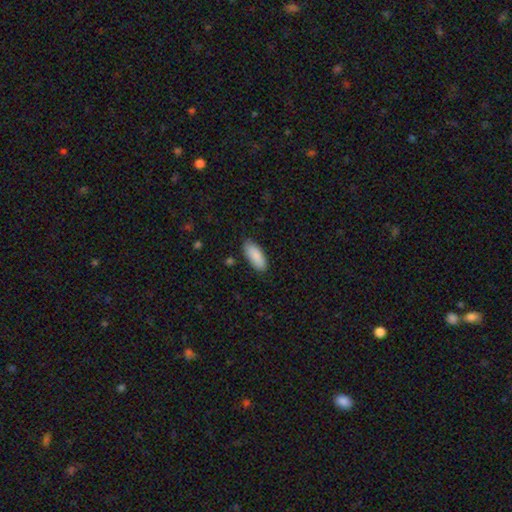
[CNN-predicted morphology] This appears to be a smooth galaxy with no disk features (88%) that is in between round and cigar-shaped (81%). Merging: none (86%).